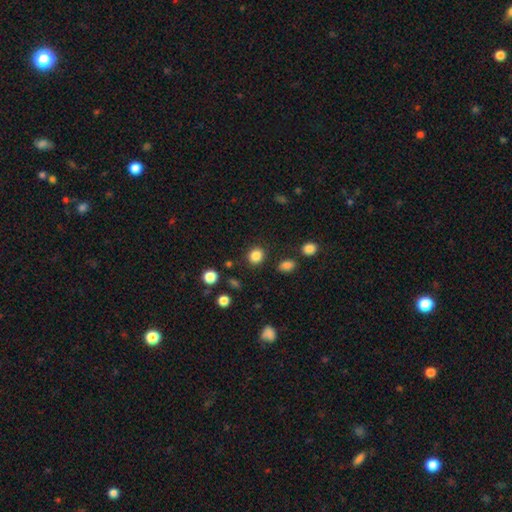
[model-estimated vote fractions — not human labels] Smooth or featured?
  - smooth: 85% *
  - star or artifact: 11%
  - featured or disk: 4%
How rounded?
  - round: 82% *
  - in between: 17%
  - cigar-shaped: 1%
Merging?
  - none: 87% *
  - minor disturbance: 7%
  - major disturbance: 3%
  - merger: 3%